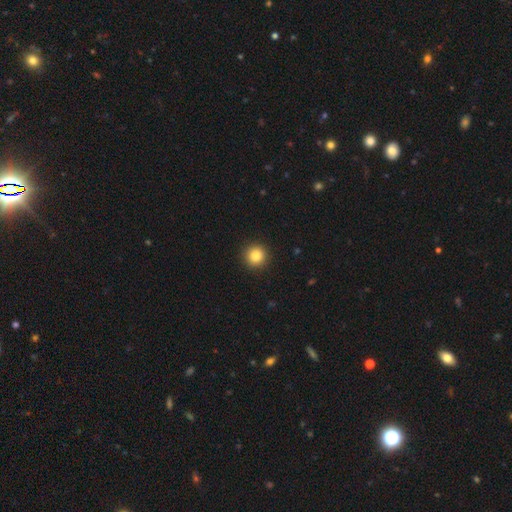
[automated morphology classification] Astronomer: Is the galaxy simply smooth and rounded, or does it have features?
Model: smooth — 85%.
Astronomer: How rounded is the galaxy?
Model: round — 95%.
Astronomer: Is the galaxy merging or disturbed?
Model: none — 92%.